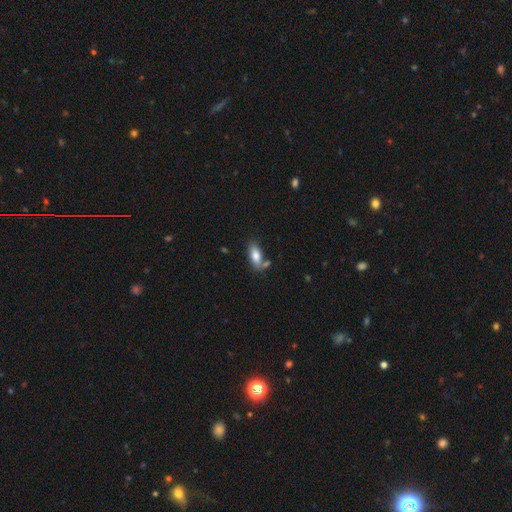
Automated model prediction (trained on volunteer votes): This appears to be a smooth galaxy with no disk features (77%) that is in between round and cigar-shaped (84%). Merging: none (62%).